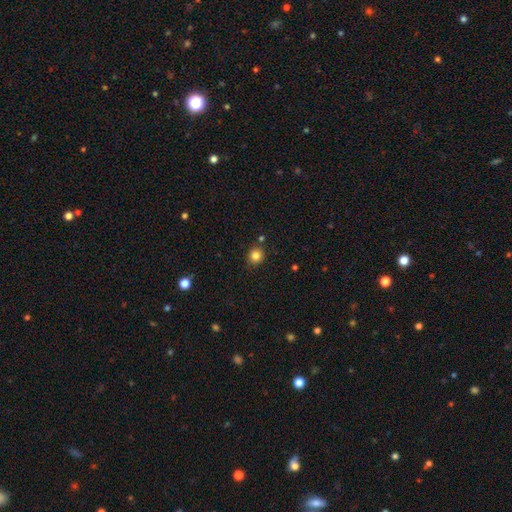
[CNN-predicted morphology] Smooth or featured? smooth (83%)
How rounded? round (86%)
Merging? none (84%)